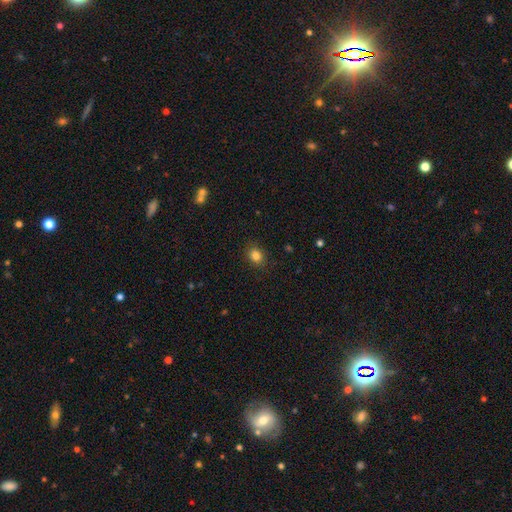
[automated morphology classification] This is clearly a smooth galaxy (84%). How rounded: possibly round (55%). Merging: clearly none (87%).